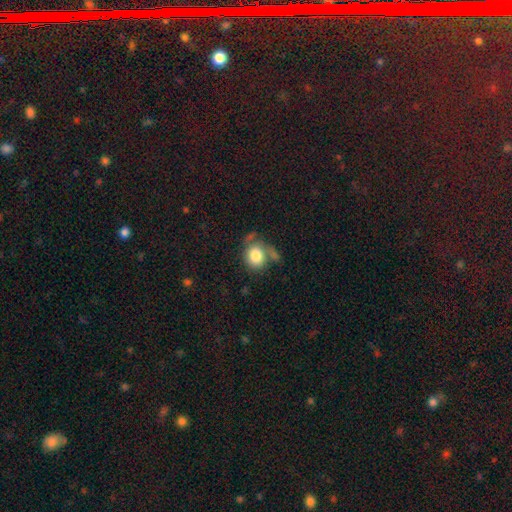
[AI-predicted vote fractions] The model was most divided on "merging": none: 46%, minor disturbance: 23%, merger: 17%, major disturbance: 14%. More confident: smooth or featured — smooth (80%); how rounded — round (67%).